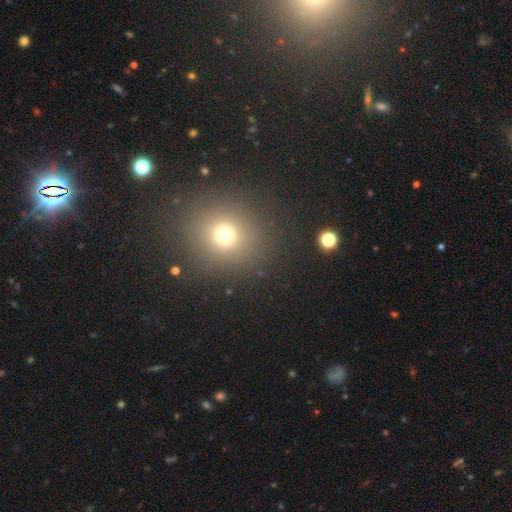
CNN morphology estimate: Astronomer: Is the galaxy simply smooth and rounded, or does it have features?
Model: smooth — 62%.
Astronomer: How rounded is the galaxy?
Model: round — 86%.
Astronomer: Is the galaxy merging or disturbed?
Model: none — 89%.